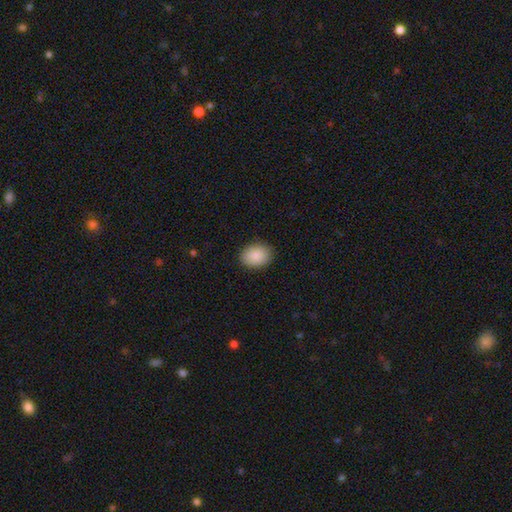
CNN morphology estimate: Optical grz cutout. It shows a smooth galaxy with no disk features (89%) that is in between round and cigar-shaped (67%). Merging: none (89%).